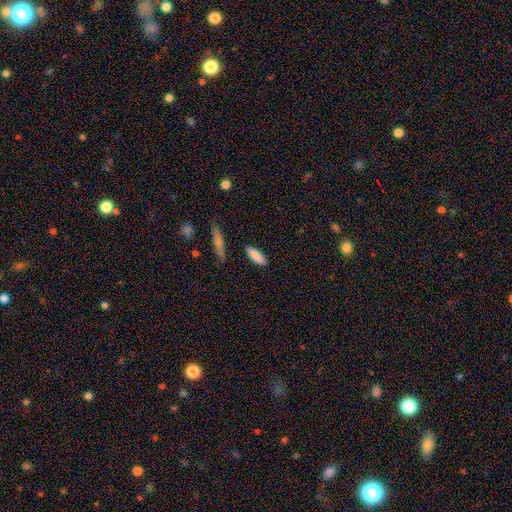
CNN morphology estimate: Smooth or featured?
  - smooth: 86% *
  - featured or disk: 7%
  - star or artifact: 6%
How rounded?
  - in between: 53% *
  - cigar-shaped: 45%
  - round: 2%
Merging?
  - none: 86% *
  - minor disturbance: 9%
  - merger: 2%
  - major disturbance: 2%